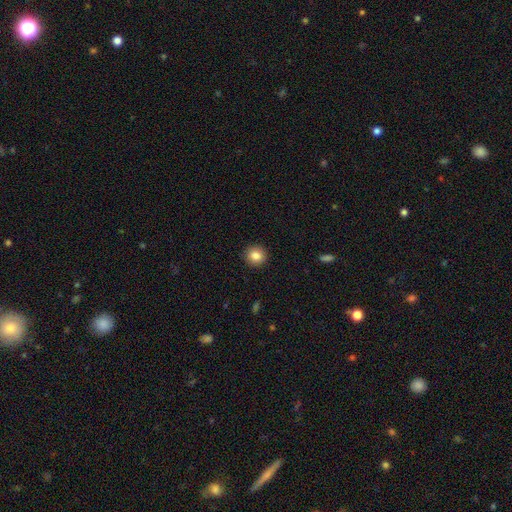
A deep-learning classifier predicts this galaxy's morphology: smooth_or_featured: smooth (p=0.85) [alt: star or artifact p=0.09]
how_rounded: round (p=0.92) [alt: in between p=0.07]
merging: none (p=0.92) [alt: minor disturbance p=0.05]